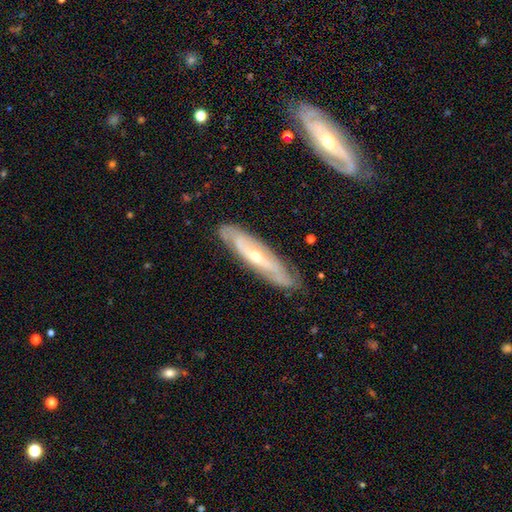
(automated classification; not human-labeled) Smooth or featured? featured or disk (75%)
Edge-on disk? no (65%)
Merging? none (80%)